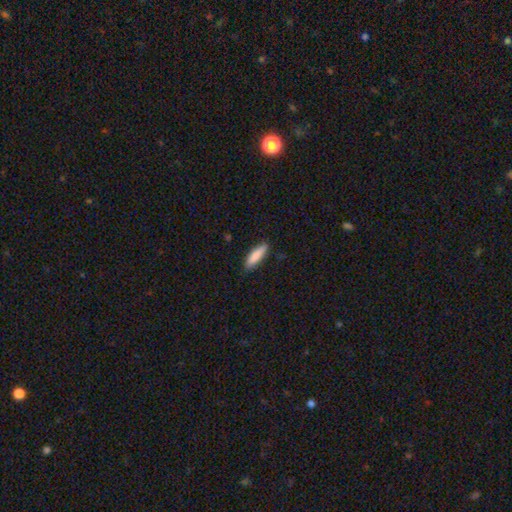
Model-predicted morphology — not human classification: A smooth galaxy with no disk features (86%) that is cigar-shaped (61%).

Vote fractions:
- Smooth or featured? smooth: 86% / featured or disk: 9% / star or artifact: 6%
- How rounded? cigar-shaped: 61% / in between: 37% / round: 1%
- Merging? none: 86% / minor disturbance: 11% / major disturbance: 2% / merger: 1%